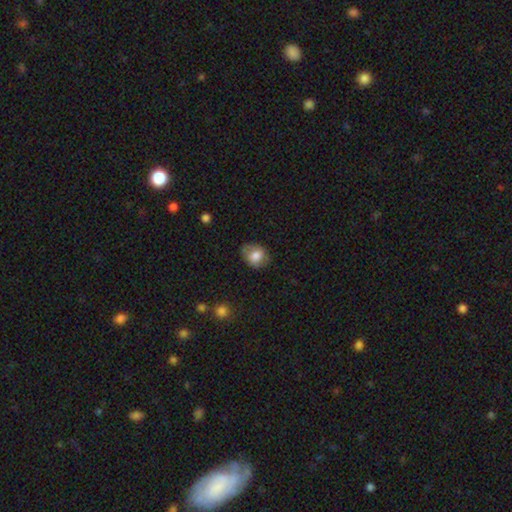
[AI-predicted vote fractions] smooth 74%, featured or disk 18%, star or artifact 8%. Down the decision tree: how rounded — round (51%); merging — none (68%).